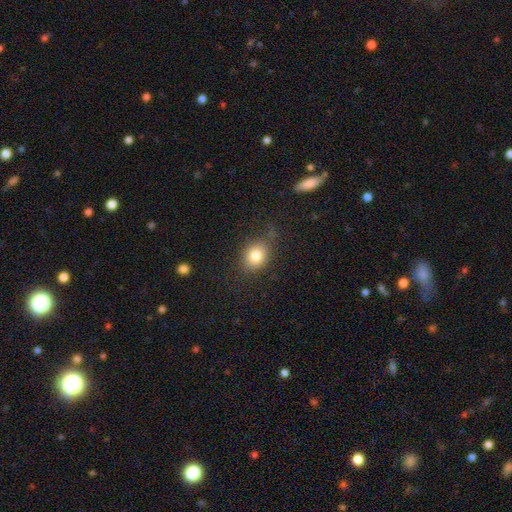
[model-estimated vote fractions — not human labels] This is likely a smooth galaxy (79%). How rounded: possibly round (53%). Merging: likely none (70%).